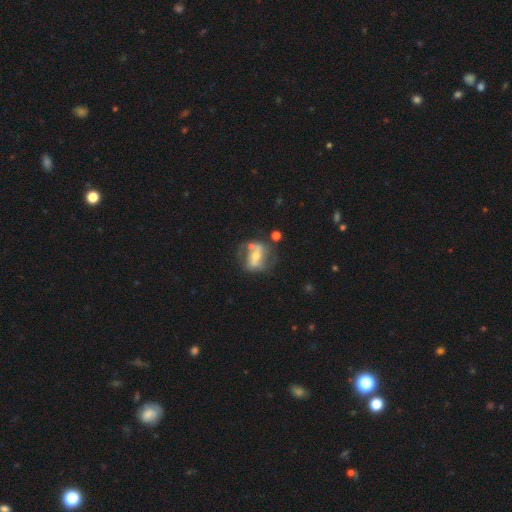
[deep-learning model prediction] featured or disk 68%, smooth 24%, star or artifact 8%. Down the decision tree: edge-on disk — no (91%); bar — strong (46%); spiral arms — yes (60%); bulge size — moderate (52%); merging — none (51%).